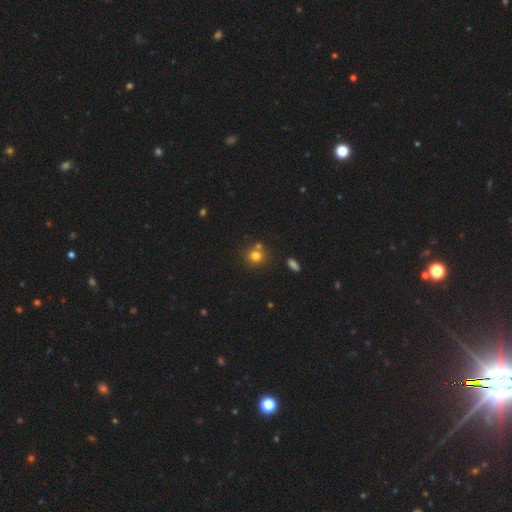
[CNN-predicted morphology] Smooth or featured: smooth — 76% (star or artifact — 14%)
How rounded: round — 82% (in between — 17%)
Merging: none — 67% (merger — 20%)